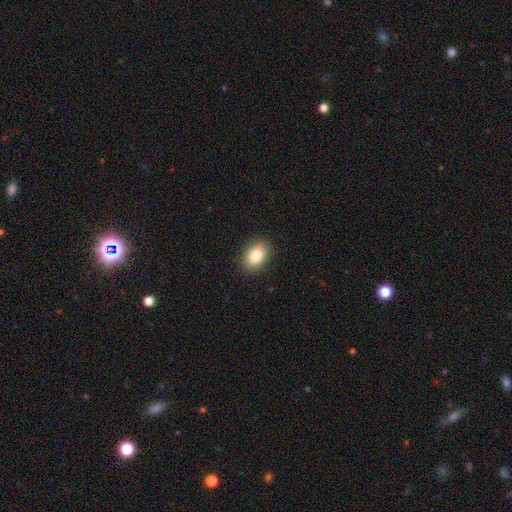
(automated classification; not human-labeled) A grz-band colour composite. It shows a smooth galaxy with no disk features (84%) that is in between round and cigar-shaped (85%). Merging: none (89%).